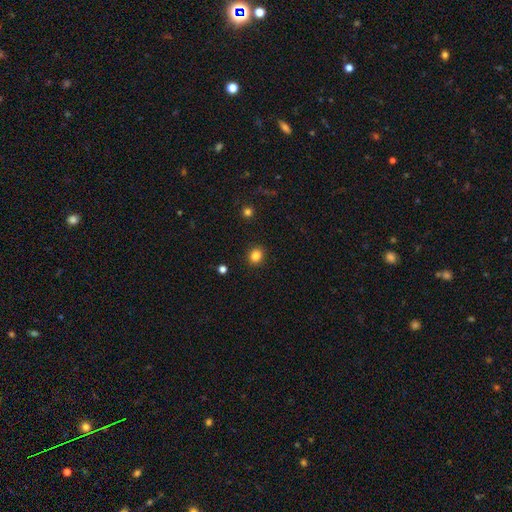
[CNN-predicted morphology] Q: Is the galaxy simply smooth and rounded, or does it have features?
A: smooth — 84%.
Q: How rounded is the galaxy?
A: round — 73%.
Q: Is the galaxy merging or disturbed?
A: none — 90%.